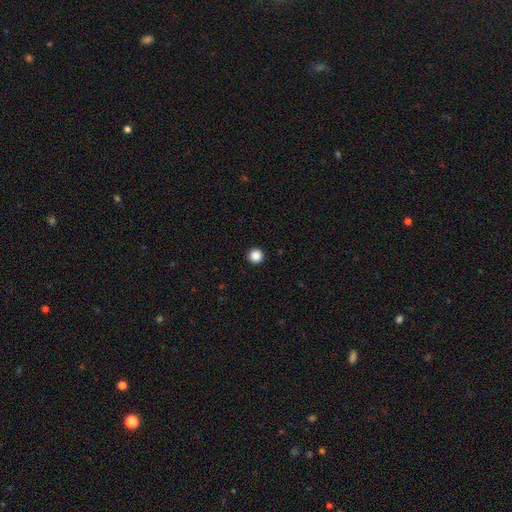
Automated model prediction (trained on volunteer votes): Smooth or featured: smooth — 87% (star or artifact — 10%)
How rounded: round — 97% (in between — 2%)
Merging: none — 94% (minor disturbance — 4%)